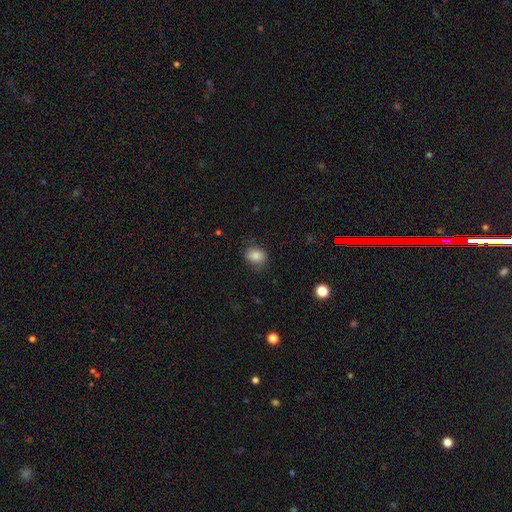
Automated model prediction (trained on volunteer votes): Smooth or featured? smooth (86%)
How rounded? in between (59%)
Merging? none (79%)